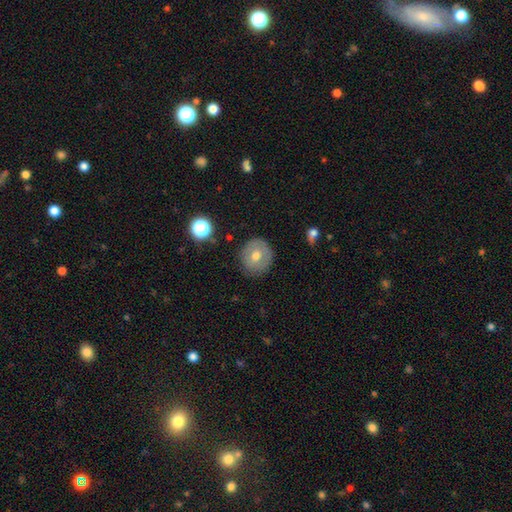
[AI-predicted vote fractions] A smooth galaxy with no disk features (55%) that is round (90%).

Vote fractions:
- Smooth or featured? smooth: 55% / featured or disk: 34% / star or artifact: 11%
- How rounded? round: 90% / in between: 9% / cigar-shaped: 1%
- Merging? none: 84% / minor disturbance: 11% / major disturbance: 3% / merger: 1%